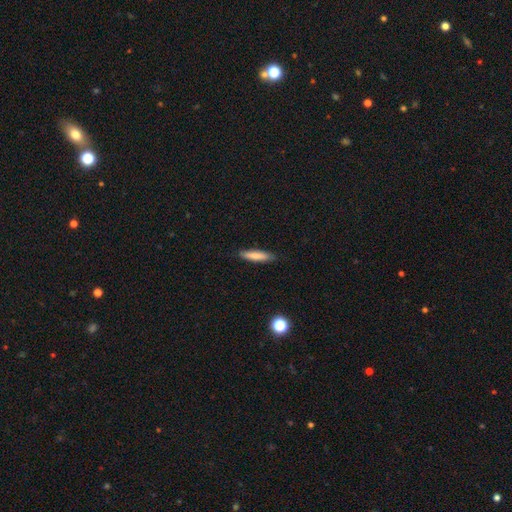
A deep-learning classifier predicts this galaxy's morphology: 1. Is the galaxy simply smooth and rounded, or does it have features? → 79% smooth, 14% featured or disk, 7% star or artifact.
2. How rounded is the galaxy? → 82% cigar-shaped, 17% in between, 2% round.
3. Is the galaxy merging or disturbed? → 87% none, 10% minor disturbance, 2% major disturbance, 1% merger.